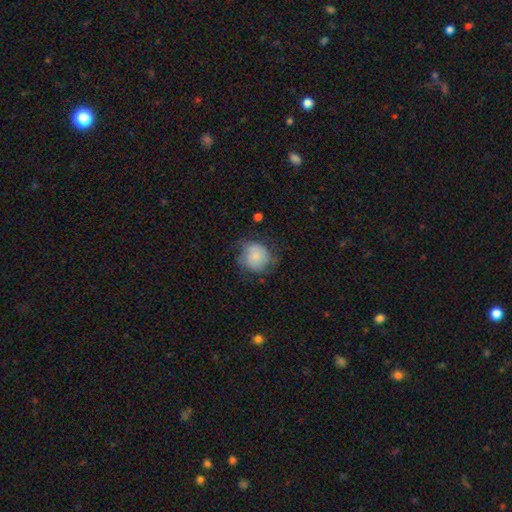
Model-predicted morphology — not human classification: type=smooth (73%); roundness=round (85%); merging=none (55%).